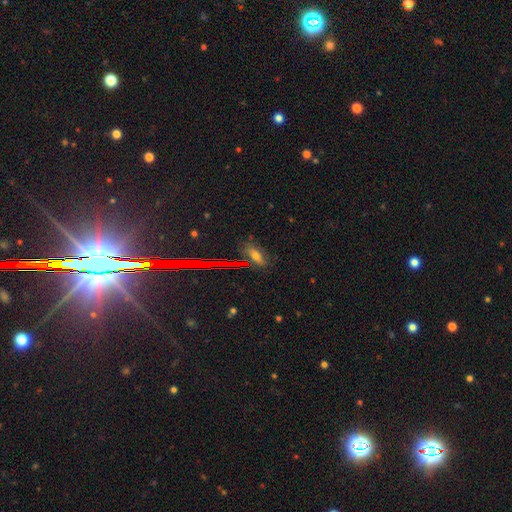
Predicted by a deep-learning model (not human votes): This appears to be a smooth galaxy with no disk features (55%) that is in between round and cigar-shaped (73%). Merging: none (73%).